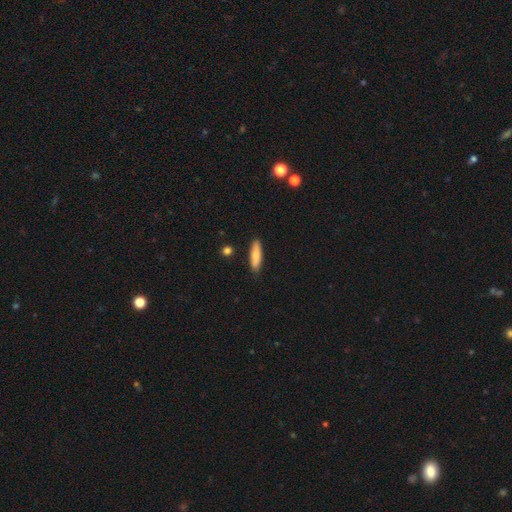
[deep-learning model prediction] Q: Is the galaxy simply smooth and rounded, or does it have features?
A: smooth — 79%.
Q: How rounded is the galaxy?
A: cigar-shaped — 68%.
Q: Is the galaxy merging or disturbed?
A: none — 87%.